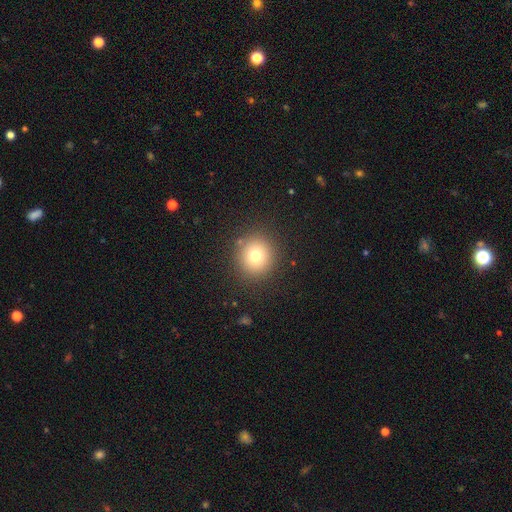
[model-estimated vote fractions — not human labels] A smooth galaxy with no disk features (75%) that is round (92%). Merging: none (89%).